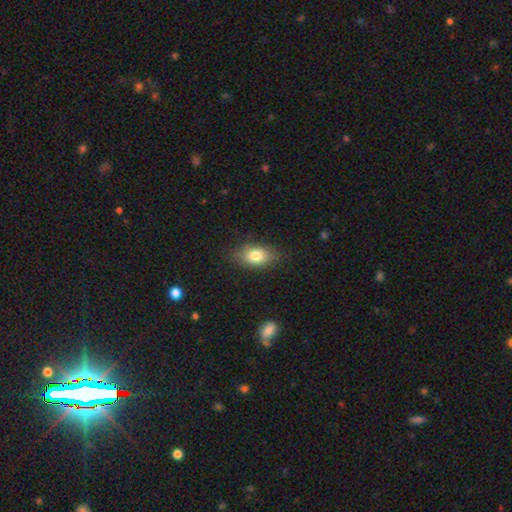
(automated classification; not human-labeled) Overall: smooth (79%). How rounded: in between (83%). Merging: none (78%).